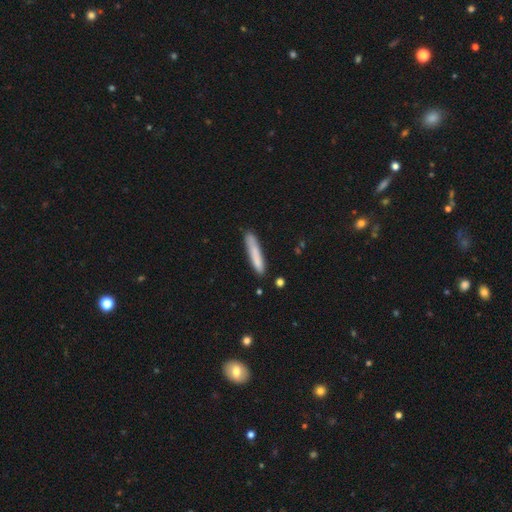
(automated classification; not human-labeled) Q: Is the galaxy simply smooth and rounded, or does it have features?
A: smooth — 77%.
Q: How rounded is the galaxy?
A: cigar-shaped — 93%.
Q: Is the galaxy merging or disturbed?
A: none — 78%.